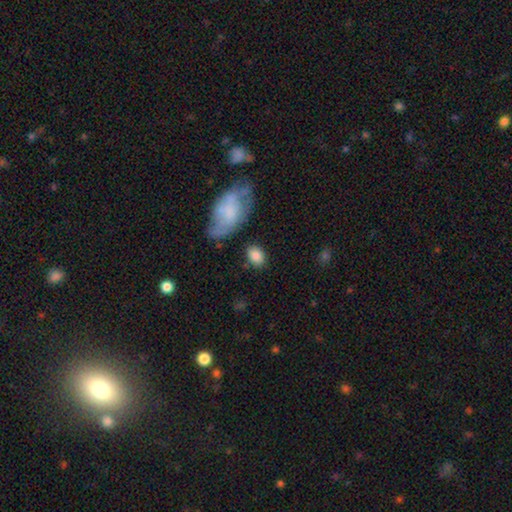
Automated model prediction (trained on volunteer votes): Morphology: type=smooth (85%); roundness=in between (77%); merging=none (76%).